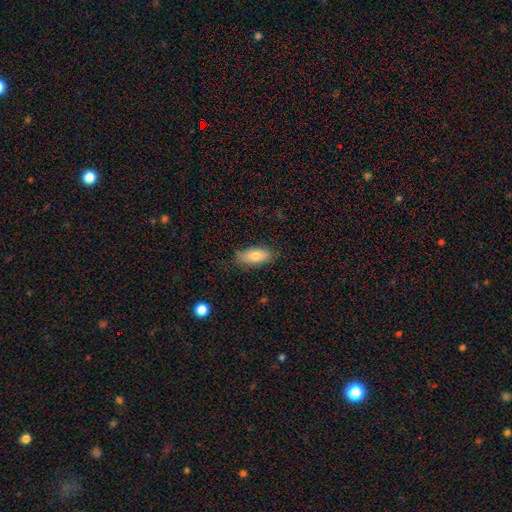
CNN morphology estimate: This is likely a smooth galaxy (77%). How rounded: likely in between (79%). Merging: clearly none (80%).